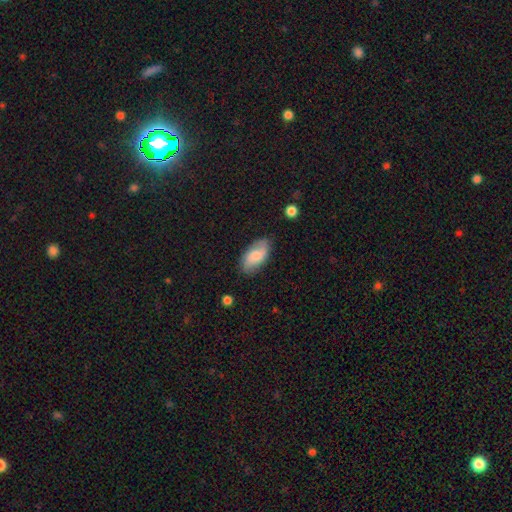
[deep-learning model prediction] This is likely a smooth galaxy (63%). How rounded: clearly in between (93%). Merging: likely none (76%).